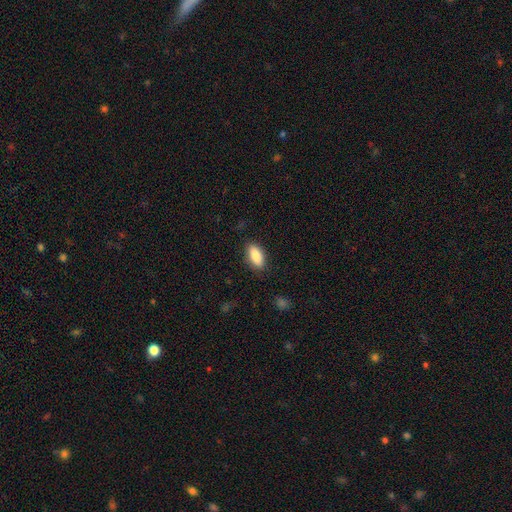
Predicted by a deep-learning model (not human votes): smooth 87%, star or artifact 7%, featured or disk 6%. Down the decision tree: how rounded — in between (86%); merging — none (86%).